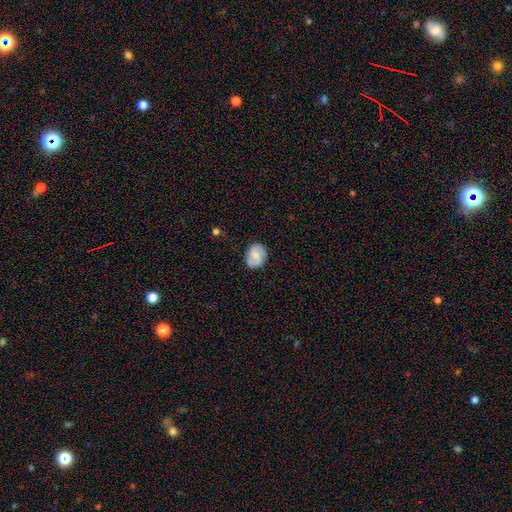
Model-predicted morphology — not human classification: Smooth or featured?
  - featured or disk: 57% *
  - smooth: 36%
  - star or artifact: 7%
Edge-on disk?
  - no: 98% *
  - yes: 2%
Bar?
  - no: 50% *
  - weak: 43%
  - strong: 8%
Spiral arms?
  - yes: 90% *
  - no: 10%
Bulge size?
  - moderate: 39% *
  - small: 37%
  - none: 17%
  - large: 6%
  - dominant: 2%
Merging?
  - none: 79% *
  - minor disturbance: 15%
  - major disturbance: 4%
  - merger: 2%